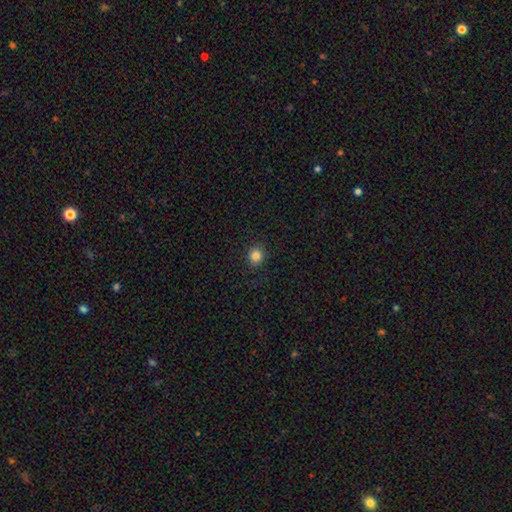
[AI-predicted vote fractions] Q: Smooth or featured?
A: smooth (84%); runner-up: star or artifact (12%)
Q: How rounded?
A: round (85%); runner-up: in between (14%)
Q: Merging?
A: none (90%); runner-up: minor disturbance (7%)